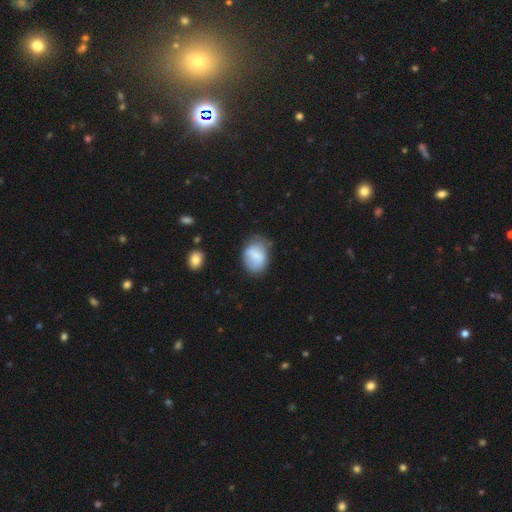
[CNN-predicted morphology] smooth 74%, featured or disk 18%, star or artifact 8%. Down the decision tree: how rounded — in between (70%); merging — none (59%).